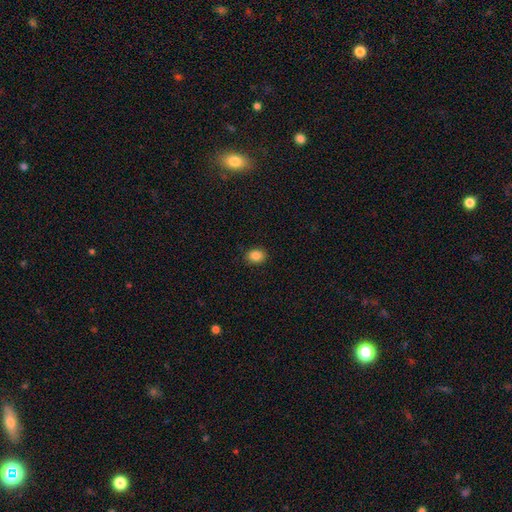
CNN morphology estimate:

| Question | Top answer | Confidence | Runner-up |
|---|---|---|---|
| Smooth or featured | smooth | 87% | star or artifact (10%) |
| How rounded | in between | 62% | round (37%) |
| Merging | none | 89% | minor disturbance (8%) |